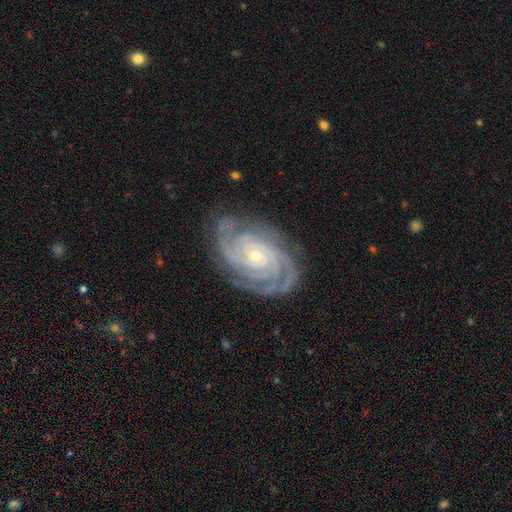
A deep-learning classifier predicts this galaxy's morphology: Smooth or featured: featured or disk — 92% (star or artifact — 5%)
Edge-on disk: no — 97% (yes — 3%)
Bar: no — 73% (weak — 19%)
Spiral arms: yes — 98% (no — 2%)
Spiral winding: tight — 79% (medium — 18%)
Spiral arm count: 3 — 30% (4 — 23%)
Bulge size: small — 71% (moderate — 26%)
Merging: none — 79% (minor disturbance — 15%)